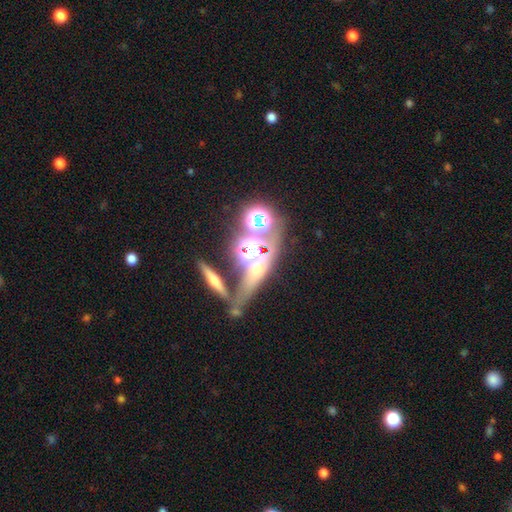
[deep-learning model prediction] Morphology: type=star or artifact (43%).